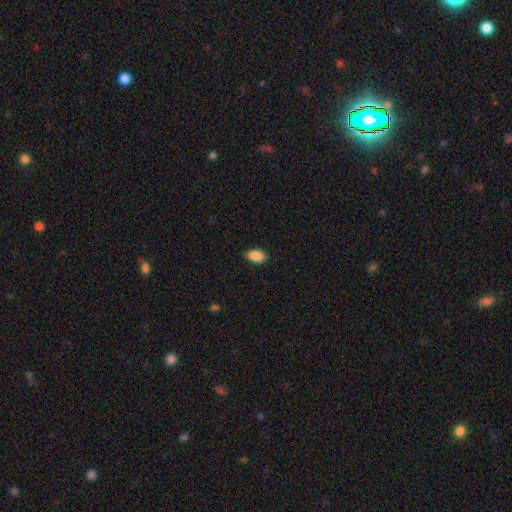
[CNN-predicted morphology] type=smooth (89%); roundness=in between (92%); merging=none (87%).